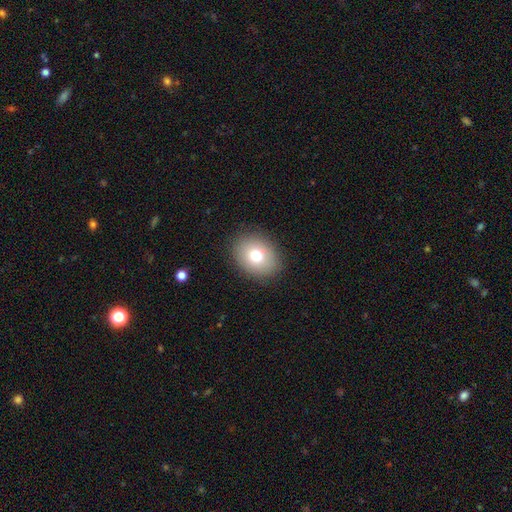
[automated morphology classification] This is likely a smooth galaxy (77%). How rounded: possibly in between (56%). Merging: clearly none (88%).